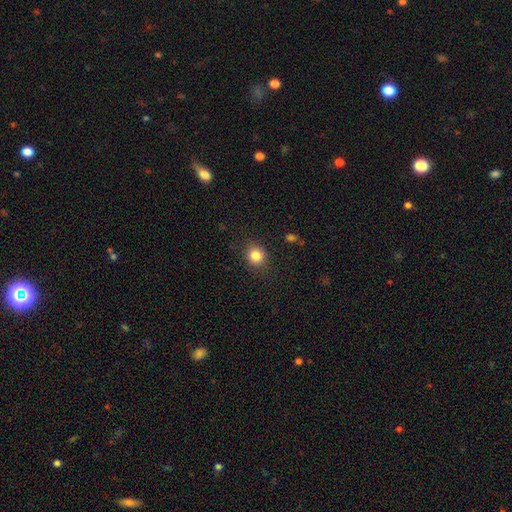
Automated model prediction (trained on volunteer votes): Smooth or featured?
  - smooth: 83% *
  - star or artifact: 11%
  - featured or disk: 6%
How rounded?
  - round: 81% *
  - in between: 18%
  - cigar-shaped: 1%
Merging?
  - none: 85% *
  - minor disturbance: 10%
  - major disturbance: 3%
  - merger: 1%